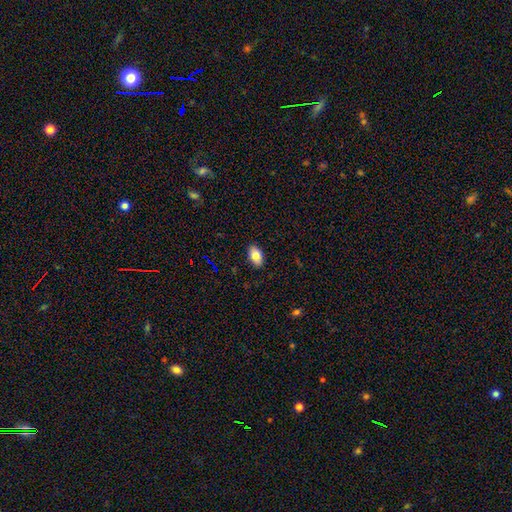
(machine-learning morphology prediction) Smooth or featured? Predicted: smooth (p=0.77). How rounded? Predicted: in between (p=0.91). Merging? Predicted: none (p=0.87).